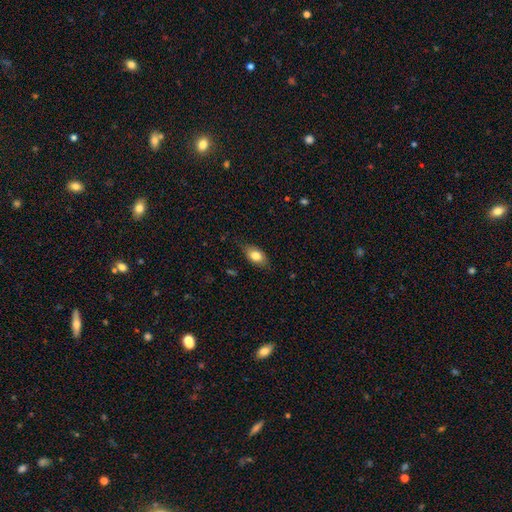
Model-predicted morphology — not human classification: Overall: smooth (80%). How rounded: in between (88%). Merging: none (77%).